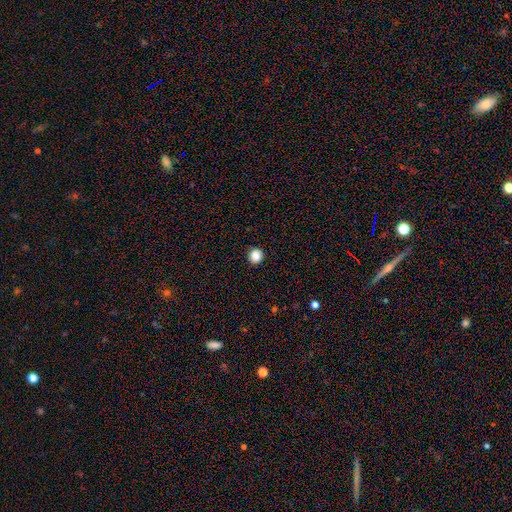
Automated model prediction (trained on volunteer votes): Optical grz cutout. It shows a smooth galaxy with no disk features (86%) that is round (91%). Merging: none (91%).